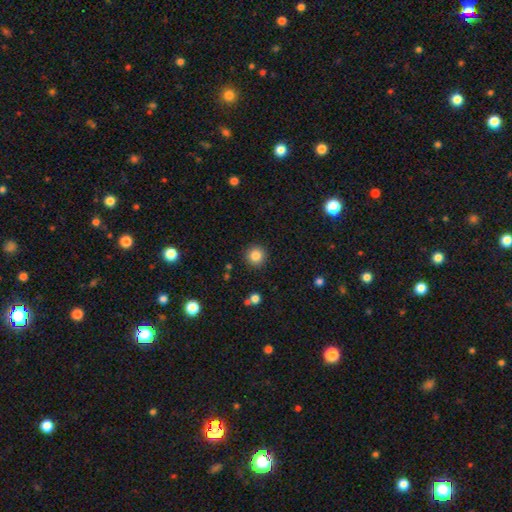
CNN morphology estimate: A smooth galaxy with no disk features (84%) that is round (95%). Merging: none (91%).